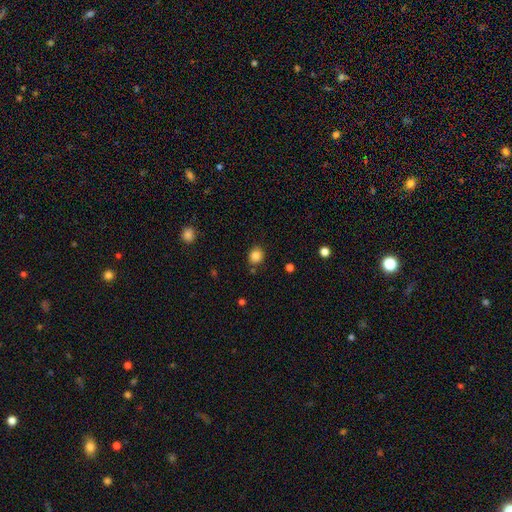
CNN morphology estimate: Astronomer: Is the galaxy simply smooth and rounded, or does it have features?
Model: smooth — 85%.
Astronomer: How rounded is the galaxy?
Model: round — 76%.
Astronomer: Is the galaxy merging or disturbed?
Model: none — 82%.